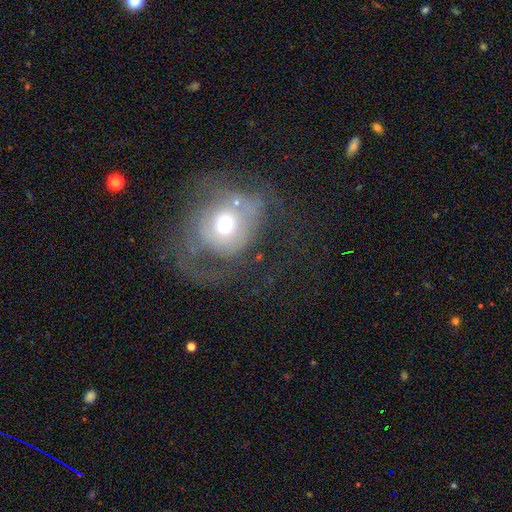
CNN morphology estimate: A featured or disk galaxy (59%) with no bar (75%), spiral arms (51%) and a moderate central bulge (67%). Merging: none (44%).